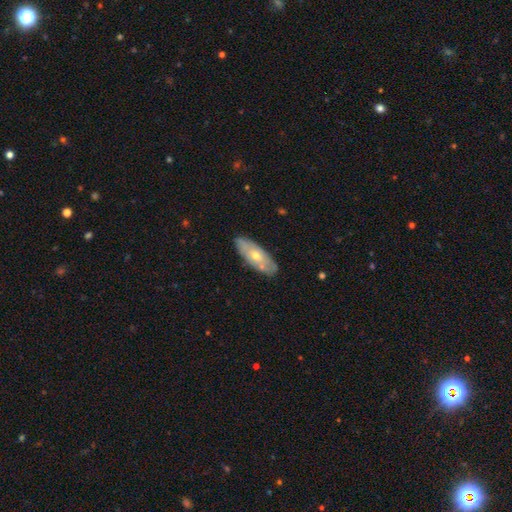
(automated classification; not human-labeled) smooth-or-featured: featured or disk: 51% | smooth: 43% | star or artifact: 6%
  disk-edge-on: no: 74% | yes: 26%
  merging: none: 81% | minor disturbance: 14% | major disturbance: 3% | merger: 2%